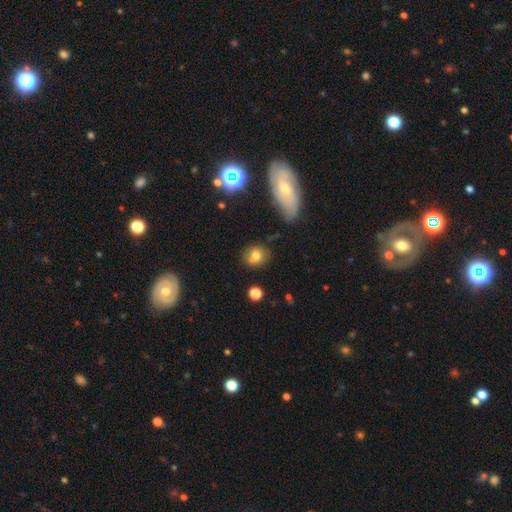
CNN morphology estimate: A smooth galaxy with no disk features (72%) that is round (73%). Merging: none (61%).